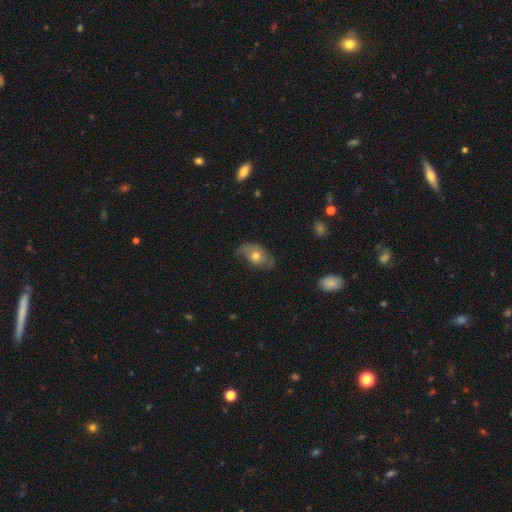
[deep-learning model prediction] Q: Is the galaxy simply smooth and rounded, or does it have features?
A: smooth — 51%.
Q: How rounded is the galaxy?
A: in between — 87%.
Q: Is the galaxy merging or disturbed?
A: none — 52%.